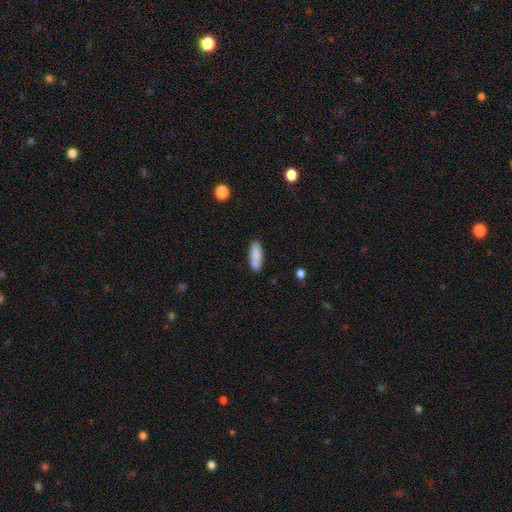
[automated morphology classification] smooth_or_featured: smooth (p=0.87) [alt: featured or disk p=0.07]
how_rounded: in between (p=0.57) [alt: cigar-shaped p=0.41]
merging: none (p=0.83) [alt: minor disturbance p=0.12]